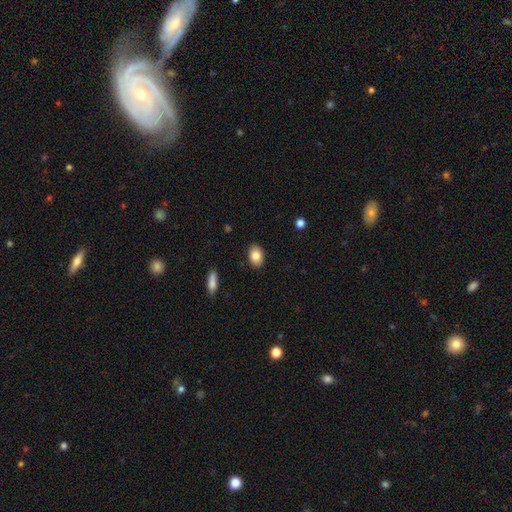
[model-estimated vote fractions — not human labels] Overall: smooth (83%). How rounded: in between (82%). Merging: none (89%).